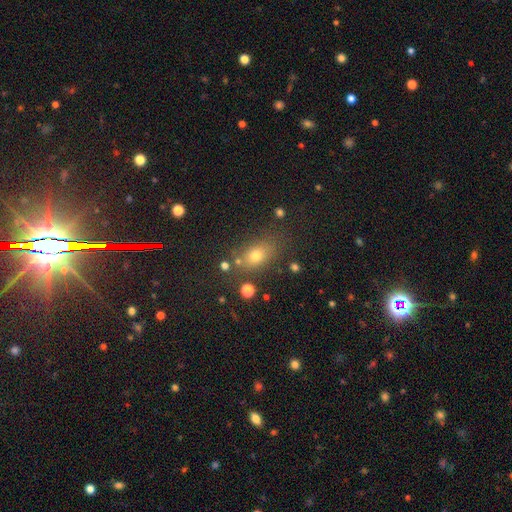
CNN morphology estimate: Smooth or featured: smooth — 69% (star or artifact — 19%)
How rounded: in between — 68% (round — 28%)
Merging: none — 74% (minor disturbance — 14%)